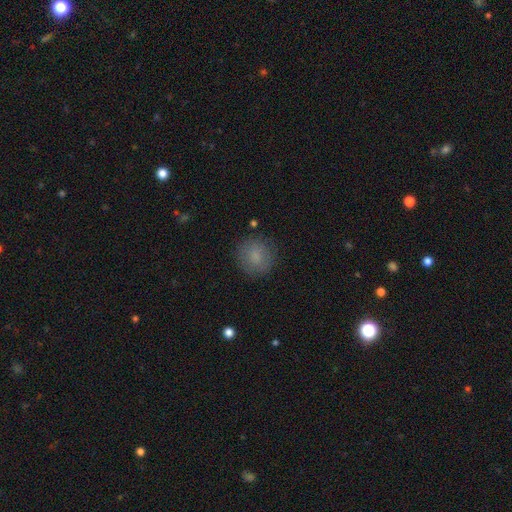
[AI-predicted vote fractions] A smooth galaxy with no disk features (81%) that is round (88%). Merging: none (84%).